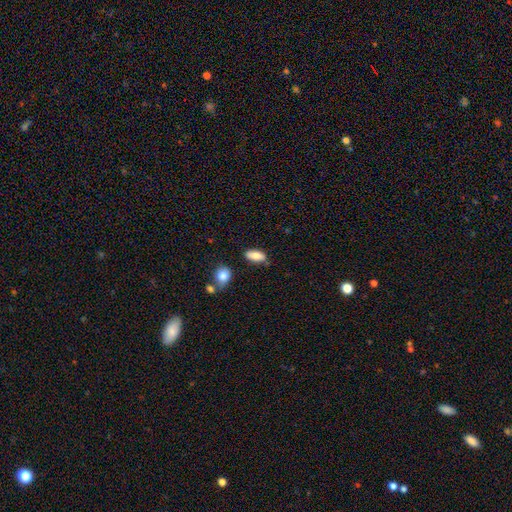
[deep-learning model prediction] Smooth or featured?
  - smooth: 81% *
  - featured or disk: 12%
  - star or artifact: 7%
How rounded?
  - in between: 82% *
  - cigar-shaped: 15%
  - round: 3%
Merging?
  - none: 75% *
  - minor disturbance: 17%
  - merger: 5%
  - major disturbance: 3%